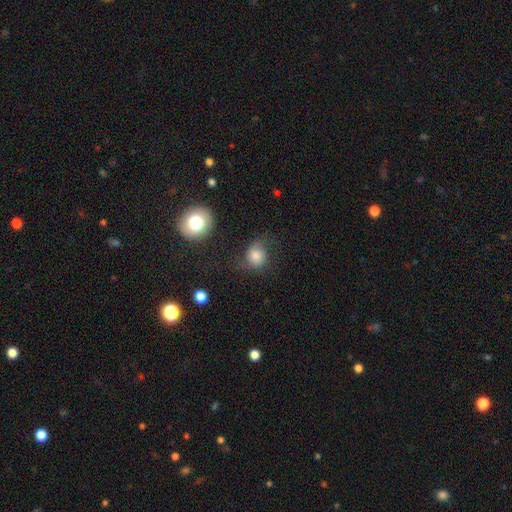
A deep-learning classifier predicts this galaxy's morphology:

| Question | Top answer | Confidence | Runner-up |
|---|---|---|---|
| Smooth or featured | smooth | 65% | featured or disk (25%) |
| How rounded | round | 73% | in between (26%) |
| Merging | none | 48% | minor disturbance (26%) |